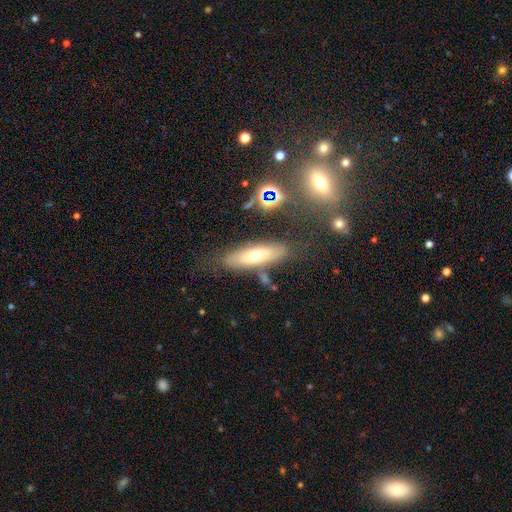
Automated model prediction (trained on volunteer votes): This is possibly a smooth galaxy (49%). Merging: likely none (75%).